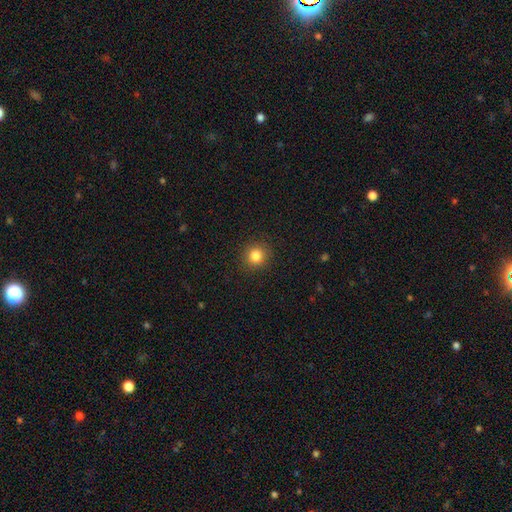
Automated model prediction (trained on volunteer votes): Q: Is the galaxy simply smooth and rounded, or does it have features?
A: smooth — 83%.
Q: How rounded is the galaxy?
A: round — 92%.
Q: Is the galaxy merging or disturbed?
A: none — 91%.